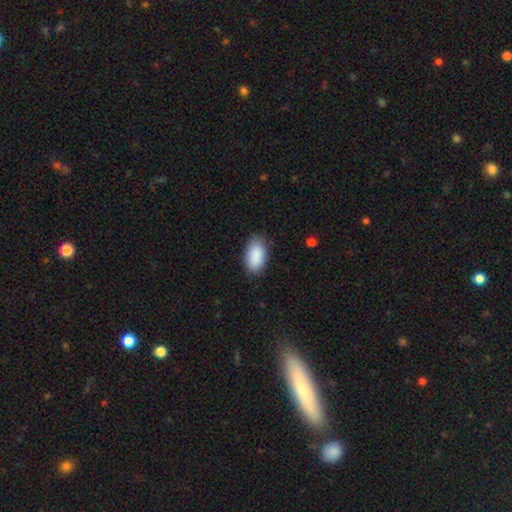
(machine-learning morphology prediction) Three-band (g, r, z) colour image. It shows a smooth galaxy with no disk features (90%) that is in between round and cigar-shaped (95%). Merging: none (83%).